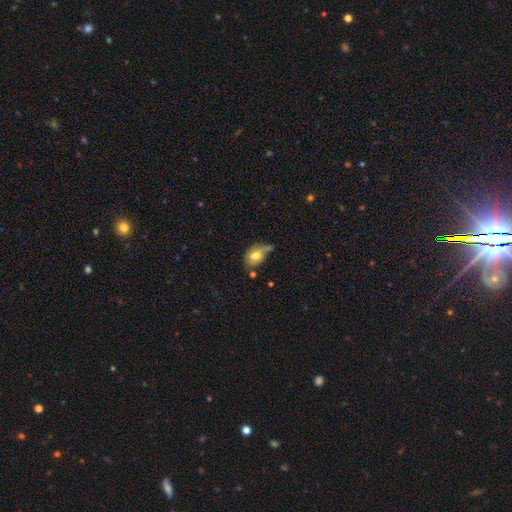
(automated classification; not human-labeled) Smooth or featured? Predicted: smooth (p=0.74). How rounded? Predicted: in between (p=0.75). Merging? Predicted: none (p=0.41).